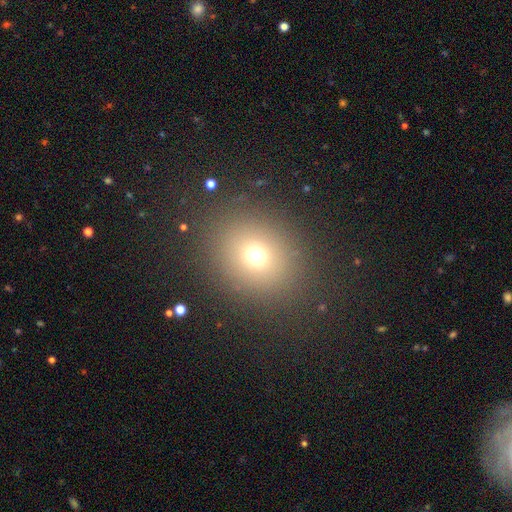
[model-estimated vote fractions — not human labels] Smooth or featured: smooth — 69% (star or artifact — 21%)
How rounded: round — 69% (in between — 30%)
Merging: none — 85% (minor disturbance — 8%)